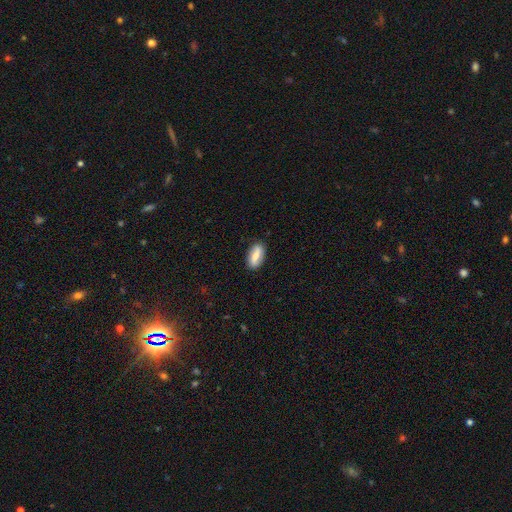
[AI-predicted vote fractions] Smooth or featured? smooth (62%)
How rounded? in between (84%)
Merging? none (86%)